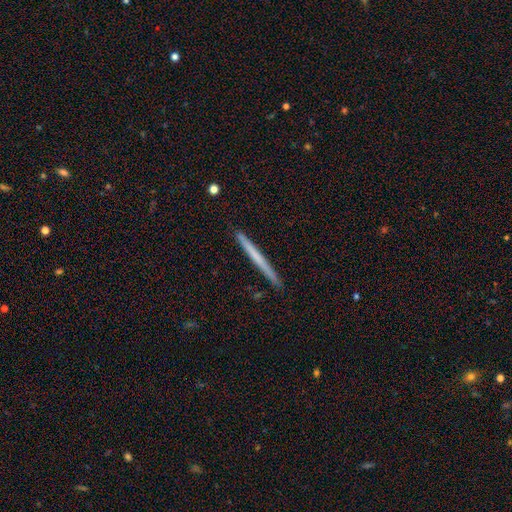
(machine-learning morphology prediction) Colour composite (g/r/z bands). It shows a smooth galaxy with no disk features (53%) that is cigar-shaped (97%). Merging: none (91%).